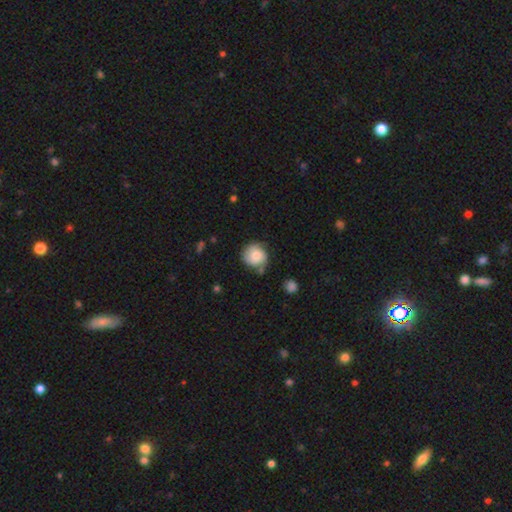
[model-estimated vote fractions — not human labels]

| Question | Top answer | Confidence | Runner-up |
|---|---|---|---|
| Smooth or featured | smooth | 66% | featured or disk (26%) |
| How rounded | round | 86% | in between (13%) |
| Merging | none | 61% | minor disturbance (25%) |